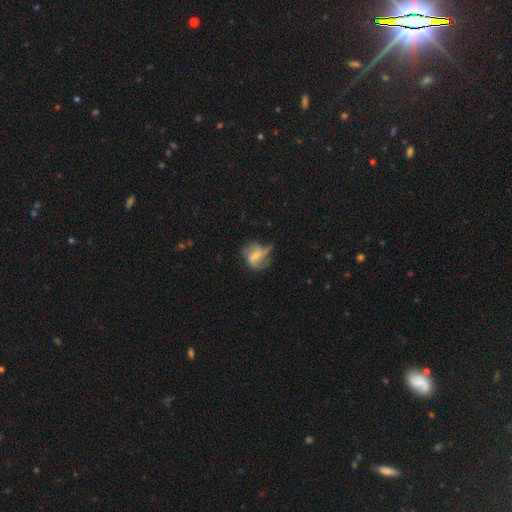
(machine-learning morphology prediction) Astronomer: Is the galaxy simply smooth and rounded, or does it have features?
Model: featured or disk — 53% (runner-up: smooth, 38%).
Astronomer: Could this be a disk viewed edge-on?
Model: no — 97%.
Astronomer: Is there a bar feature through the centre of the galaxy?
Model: no — 46% (runner-up: weak, 42%).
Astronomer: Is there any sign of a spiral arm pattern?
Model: yes — 69%.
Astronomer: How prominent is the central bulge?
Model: small — 43% (runner-up: moderate, 39%).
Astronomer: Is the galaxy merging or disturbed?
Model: none — 40% (runner-up: major disturbance, 29%).